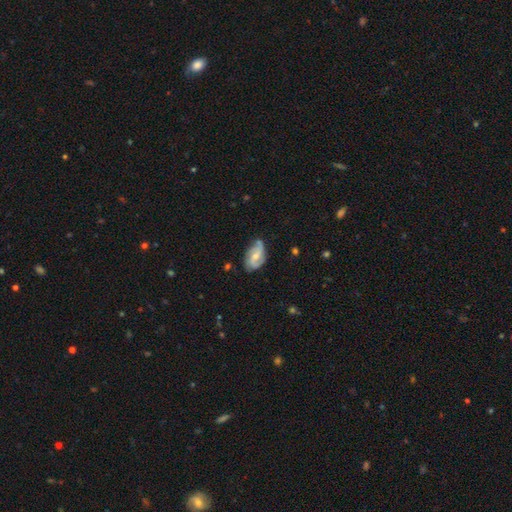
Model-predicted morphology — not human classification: featured or disk 69%, smooth 24%, star or artifact 6%. Down the decision tree: edge-on disk — no (96%); bar — no (47%); spiral arms — yes (91%); spiral arm count — 2 (57%); spiral winding — medium (45%); bulge size — moderate (48%); merging — none (58%).